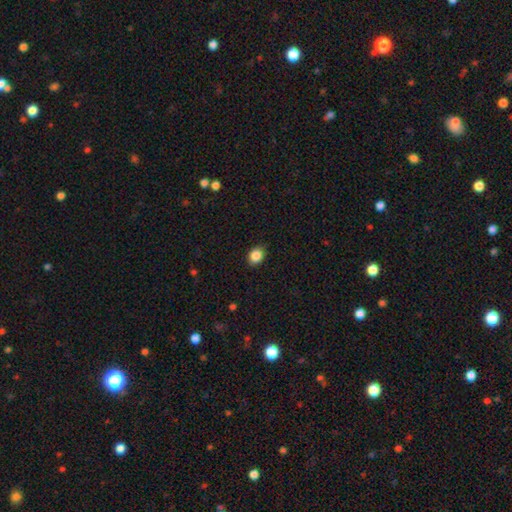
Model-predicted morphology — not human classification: A smooth galaxy with no disk features (87%) that is in between round and cigar-shaped (57%). Merging: none (88%).